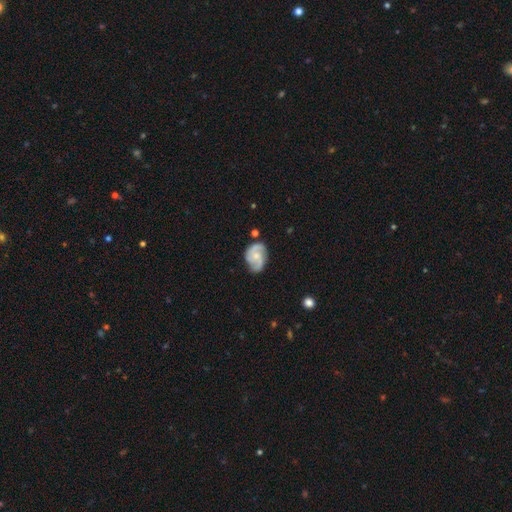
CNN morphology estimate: type=featured or disk (79%); edge-on=no (98%); bar=no (61%); spiral arms=yes (96%); winding=medium (51%); arm count=2 (66%); bulge=small (51%); merging=none (67%).